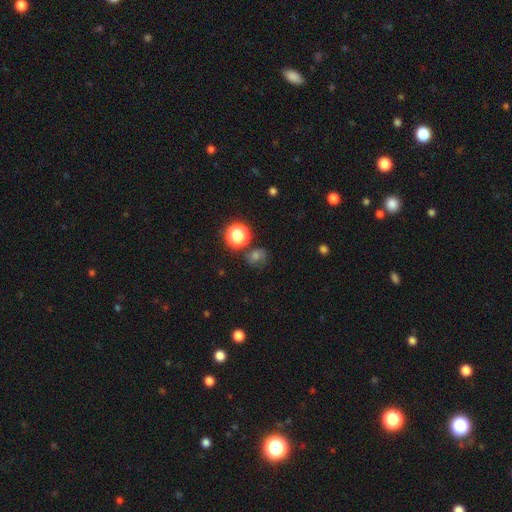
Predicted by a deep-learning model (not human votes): Overall: smooth (45%; star or artifact 41%). Merging: none (77%).